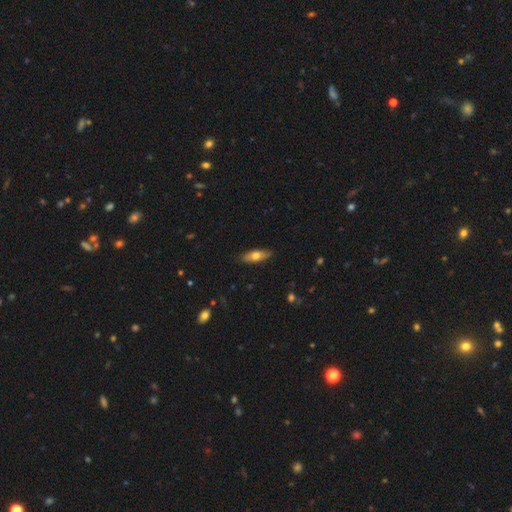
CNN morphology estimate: smooth-or-featured: smooth: 62% | featured or disk: 32% | star or artifact: 6%
  how-rounded: in between: 58% | cigar-shaped: 40% | round: 3%
  merging: none: 85% | minor disturbance: 12% | major disturbance: 2% | merger: 1%